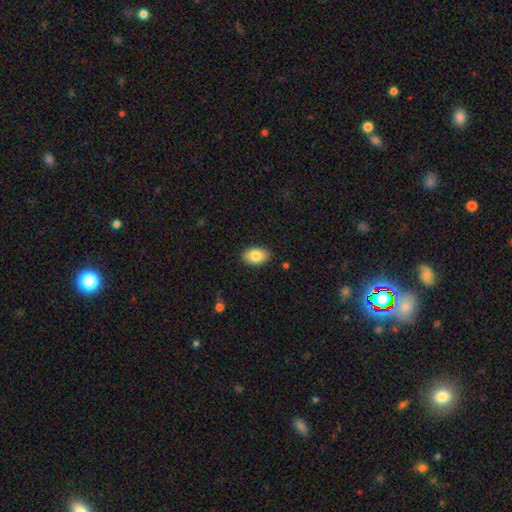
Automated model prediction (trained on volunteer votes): This is clearly a smooth galaxy (84%). How rounded: clearly in between (89%). Merging: clearly none (88%).